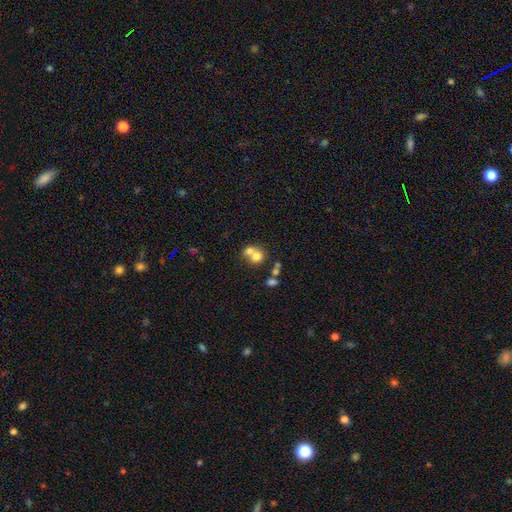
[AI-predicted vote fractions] A smooth galaxy with no disk features (68%) that is round (70%).

Vote fractions:
- Smooth or featured? smooth: 68% / featured or disk: 21% / star or artifact: 11%
- How rounded? round: 70% / in between: 29% / cigar-shaped: 1%
- Merging? merger: 63% / none: 27% / minor disturbance: 6% / major disturbance: 4%